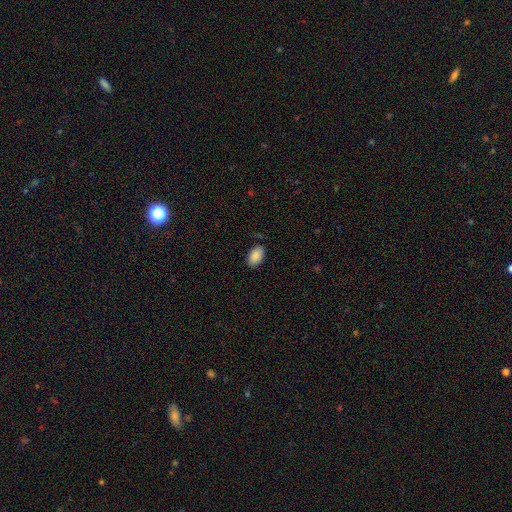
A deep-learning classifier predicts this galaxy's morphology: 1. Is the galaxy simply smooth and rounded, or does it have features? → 89% smooth, 7% star or artifact, 4% featured or disk.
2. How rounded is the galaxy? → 93% in between, 6% round, 1% cigar-shaped.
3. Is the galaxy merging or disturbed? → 85% none, 12% minor disturbance, 2% major disturbance, 1% merger.